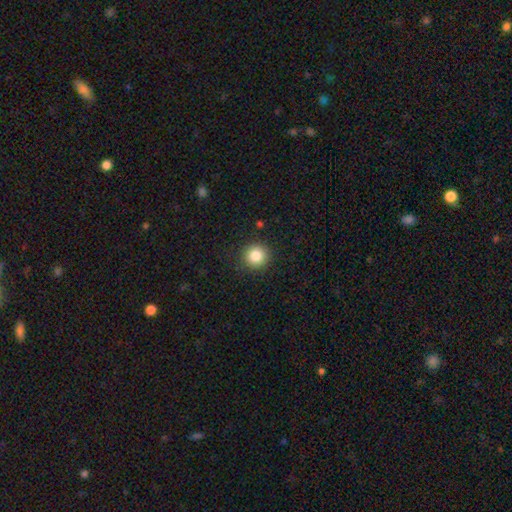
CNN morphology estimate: smooth-or-featured: smooth: 85% | star or artifact: 10% | featured or disk: 5%
  how-rounded: round: 94% | in between: 5% | cigar-shaped: 1%
  merging: none: 91% | minor disturbance: 6% | major disturbance: 2% | merger: 1%